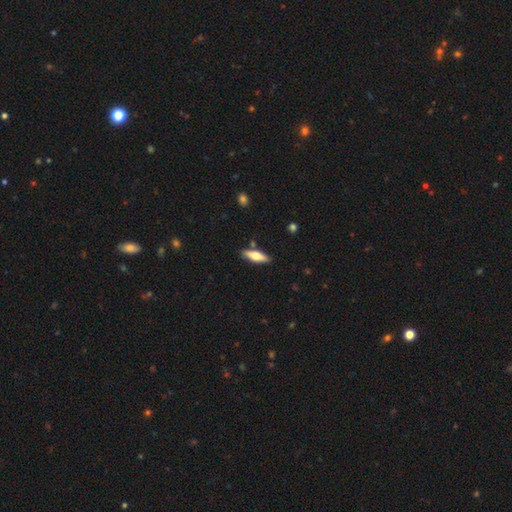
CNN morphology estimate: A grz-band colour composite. It shows a smooth galaxy with no disk features (57%) that is cigar-shaped (49%, tied with in between). Merging: none (85%).